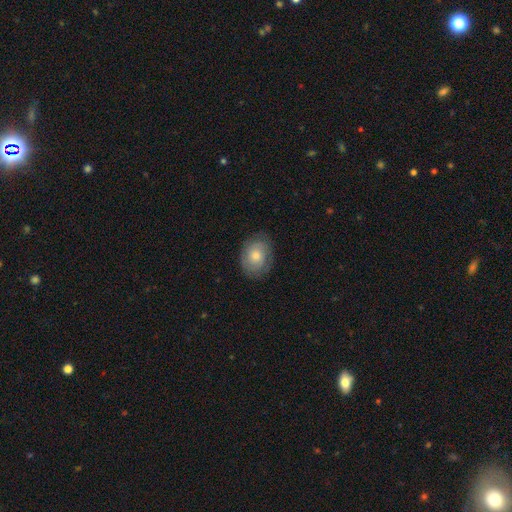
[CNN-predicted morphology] Smooth or featured?
  - smooth: 51% *
  - featured or disk: 41%
  - star or artifact: 8%
How rounded?
  - in between: 57% *
  - round: 42%
  - cigar-shaped: 1%
Merging?
  - none: 79% *
  - minor disturbance: 16%
  - major disturbance: 5%
  - merger: 1%